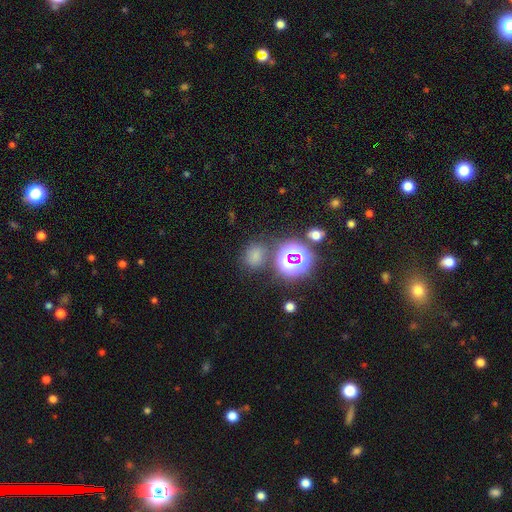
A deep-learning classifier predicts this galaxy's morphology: Smooth or featured? smooth (64%)
How rounded? round (64%)
Merging? none (72%)